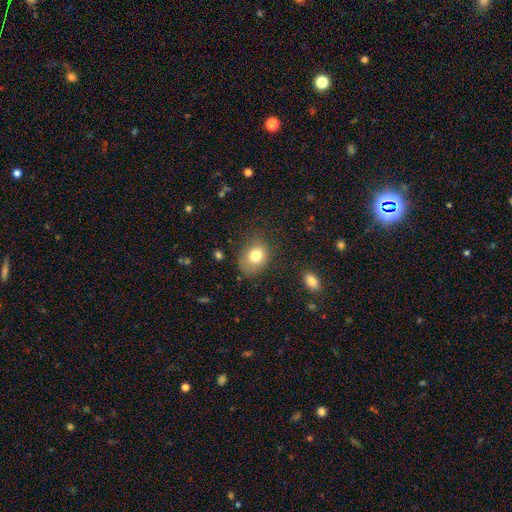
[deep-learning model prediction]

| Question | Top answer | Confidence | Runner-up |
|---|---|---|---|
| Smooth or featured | smooth | 78% | featured or disk (12%) |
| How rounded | in between | 57% | round (42%) |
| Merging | none | 64% | minor disturbance (25%) |